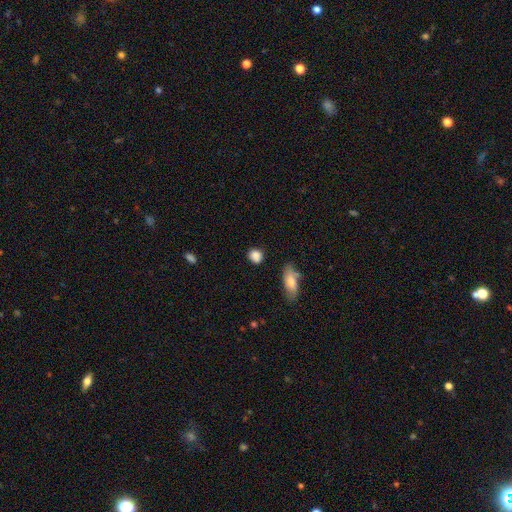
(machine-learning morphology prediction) A smooth galaxy with no disk features (86%) that is round (68%).

Vote fractions:
- Smooth or featured? smooth: 86% / star or artifact: 9% / featured or disk: 5%
- How rounded? round: 68% / in between: 29% / cigar-shaped: 3%
- Merging? none: 79% / minor disturbance: 14% / major disturbance: 4% / merger: 3%